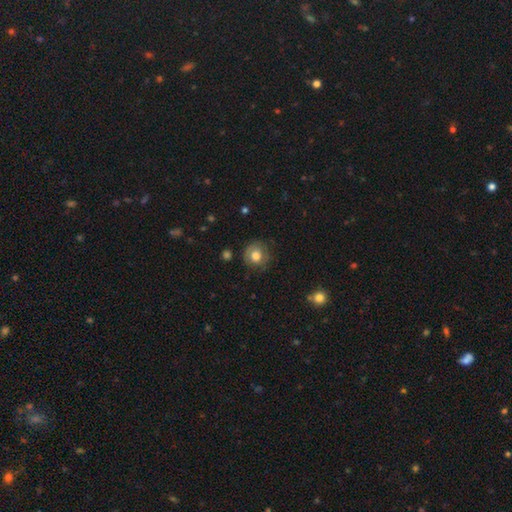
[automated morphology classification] Smooth or featured? Predicted: smooth (p=0.68). How rounded? Predicted: round (p=0.86). Merging? Predicted: none (p=0.73).